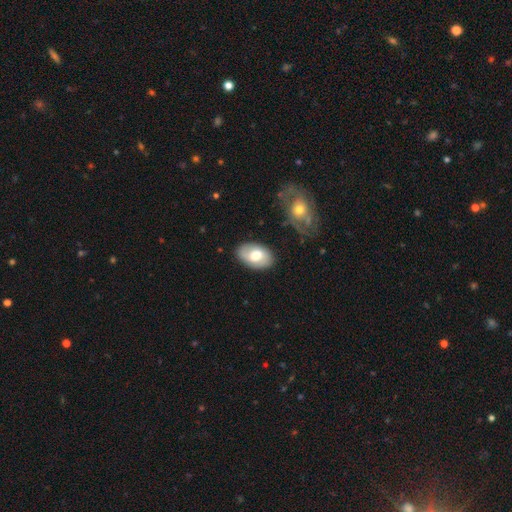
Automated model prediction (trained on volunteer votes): Overall: smooth (66%; featured or disk 28%). How rounded: in between (92%). Merging: none (82%).